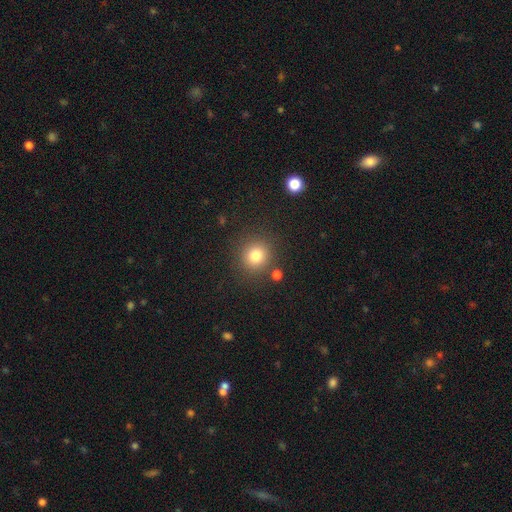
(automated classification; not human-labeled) smooth 80%, star or artifact 13%, featured or disk 7%. Down the decision tree: how rounded — round (91%); merging — none (85%).